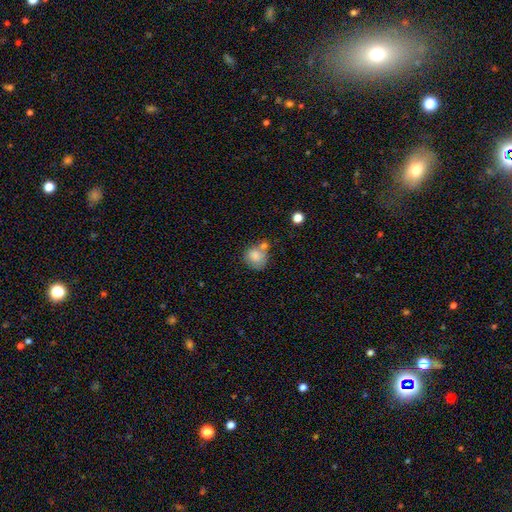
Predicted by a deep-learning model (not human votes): Q: Smooth or featured?
A: smooth (80%); runner-up: featured or disk (11%)
Q: How rounded?
A: round (78%); runner-up: in between (21%)
Q: Merging?
A: none (46%); runner-up: merger (28%)